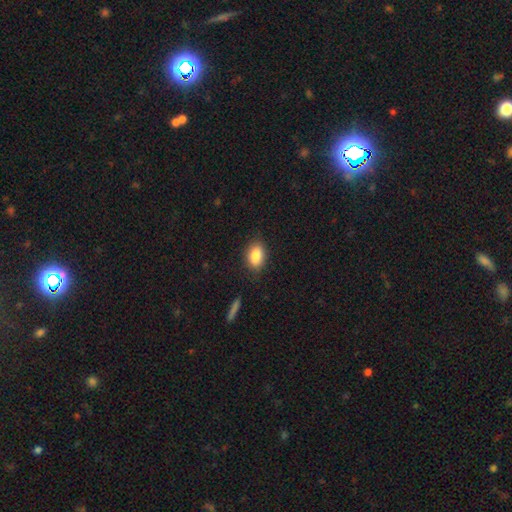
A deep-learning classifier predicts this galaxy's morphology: Smooth or featured: smooth — 86% (star or artifact — 8%)
How rounded: in between — 86% (round — 11%)
Merging: none — 85% (minor disturbance — 11%)